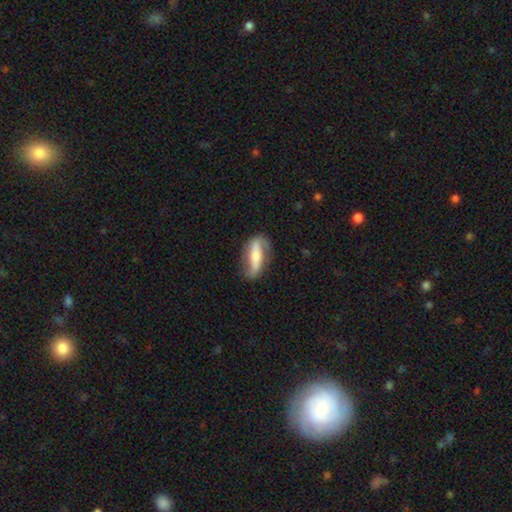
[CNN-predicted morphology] Smooth or featured?
  - featured or disk: 63% *
  - smooth: 31%
  - star or artifact: 6%
Edge-on disk?
  - no: 74% *
  - yes: 26%
Merging?
  - none: 77% *
  - minor disturbance: 16%
  - major disturbance: 6%
  - merger: 2%